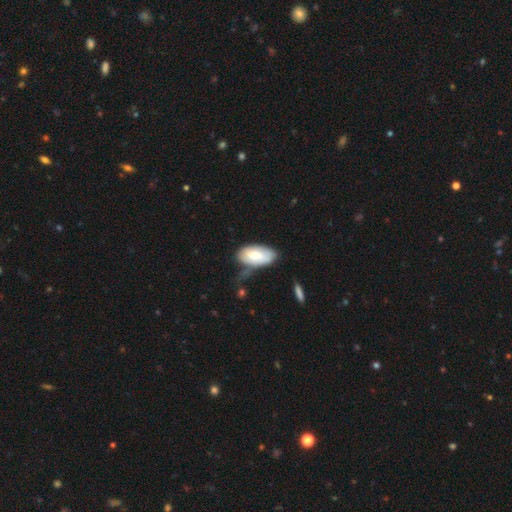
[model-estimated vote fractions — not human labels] A smooth galaxy with no disk features (71%) that is in between round and cigar-shaped (94%).

Vote fractions:
- Smooth or featured? smooth: 71% / featured or disk: 23% / star or artifact: 6%
- How rounded? in between: 94% / cigar-shaped: 3% / round: 2%
- Merging? none: 49% / minor disturbance: 34% / major disturbance: 12% / merger: 6%